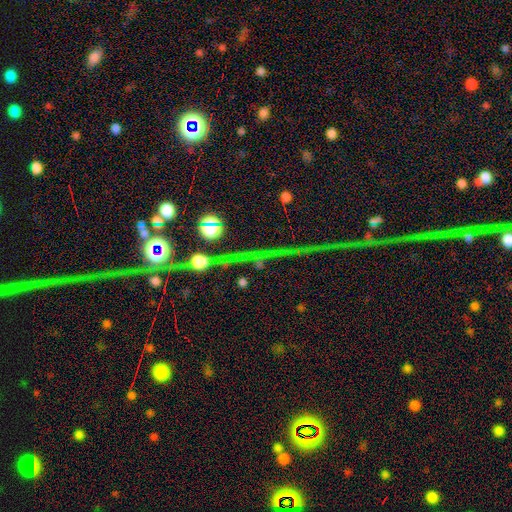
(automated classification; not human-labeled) This is possibly a star or artifact rather than a galaxy (58%).